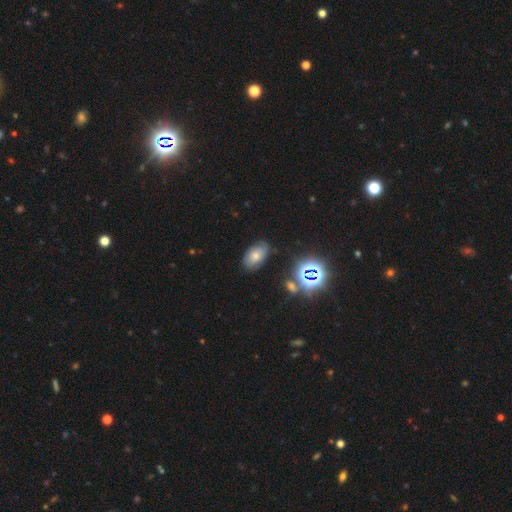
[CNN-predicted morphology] Smooth or featured: smooth — 53% (featured or disk — 28%)
How rounded: in between — 90% (round — 8%)
Merging: none — 70% (minor disturbance — 22%)